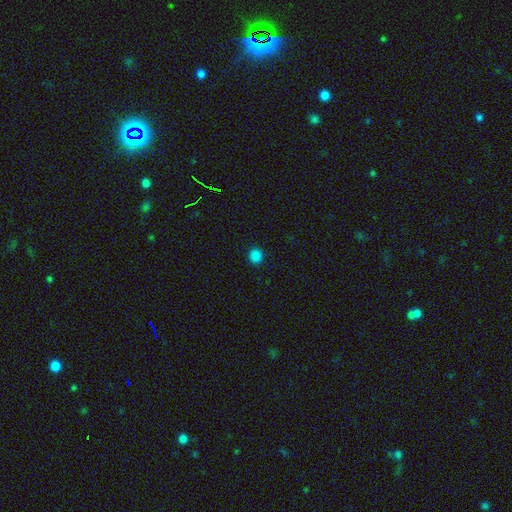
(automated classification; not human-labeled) Smooth or featured? smooth (84%)
How rounded? round (86%)
Merging? none (92%)